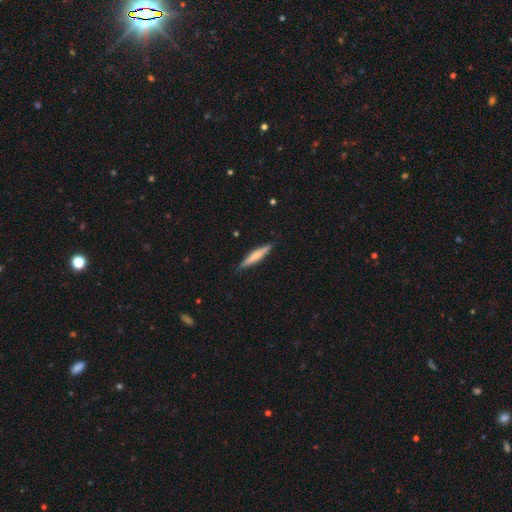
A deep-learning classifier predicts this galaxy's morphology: This is possibly a smooth galaxy (59%). How rounded: clearly cigar-shaped (91%). Merging: clearly none (86%).